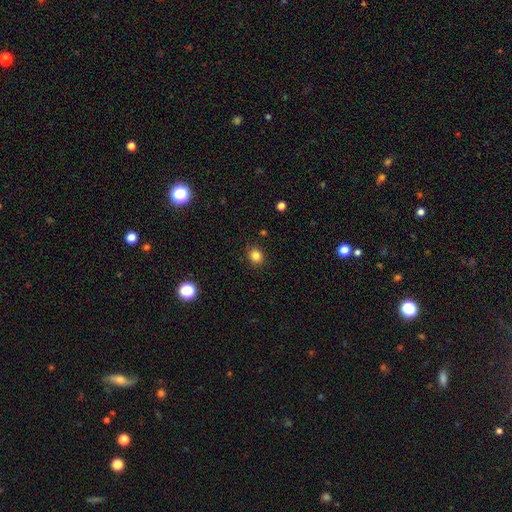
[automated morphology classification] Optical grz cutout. It shows a smooth galaxy with no disk features (83%) that is round (75%). Merging: none (87%).